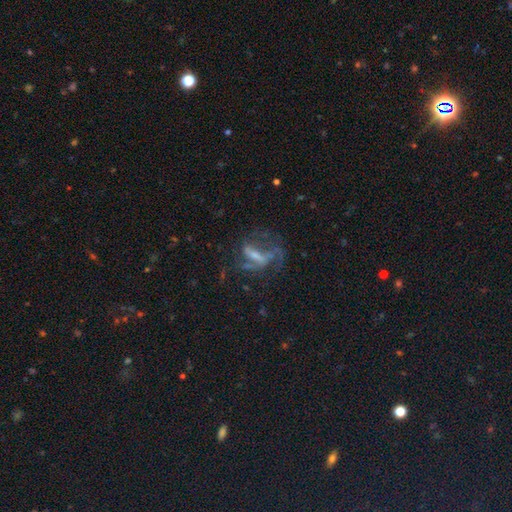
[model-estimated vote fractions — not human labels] A featured or disk galaxy (65%) with a strong bar (42%), spiral arms (66%) and a small central bulge (38%). Merging: none (44%).